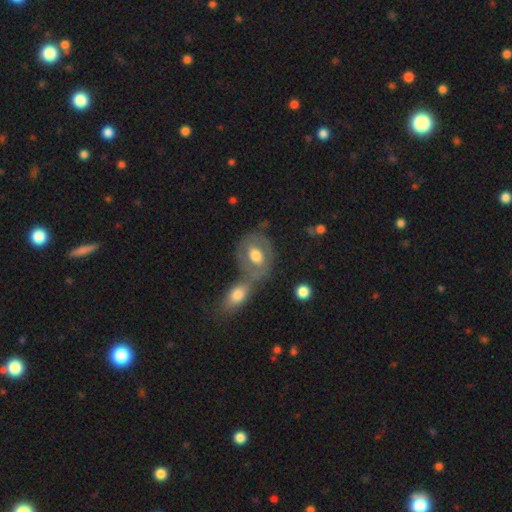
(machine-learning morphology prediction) Q: Smooth or featured?
A: smooth (51%); runner-up: featured or disk (42%)
Q: How rounded?
A: in between (62%); runner-up: round (36%)
Q: Merging?
A: none (46%); runner-up: merger (35%)